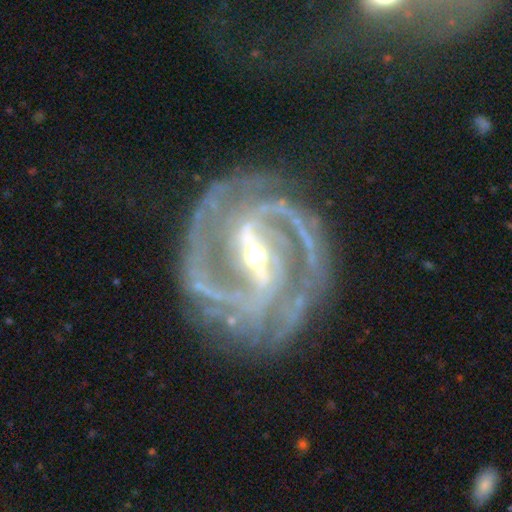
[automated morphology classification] A featured or disk galaxy (94%) with a strong bar (69%), 2 (60%) medium (51%) spiral arms (98%) and a small central bulge (48%).

Vote fractions:
- Smooth or featured? featured or disk: 94% / star or artifact: 4% / smooth: 2%
- Edge-on disk? no: 97% / yes: 3%
- Bar? strong: 69% / weak: 24% / no: 7%
- Spiral arms? yes: 98% / no: 2%
- Spiral winding? medium: 51% / tight: 38% / loose: 11%
- Spiral arm count? 2: 60% / 3: 16% / 4: 7% / can't tell: 7% / more than 4: 5% / 1: 5%
- Bulge size? small: 48% / moderate: 47% / large: 3% / none: 1% / dominant: 1%
- Merging? none: 74% / minor disturbance: 15% / major disturbance: 9% / merger: 2%